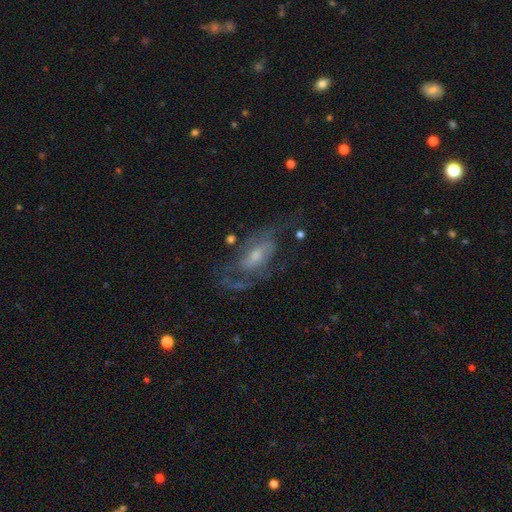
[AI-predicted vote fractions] This appears to be a featured or disk galaxy (76%) with no bar (47%), 2 (57%) medium (47%) spiral arms (80%) and a small central bulge (48%). Merging: none (50%).